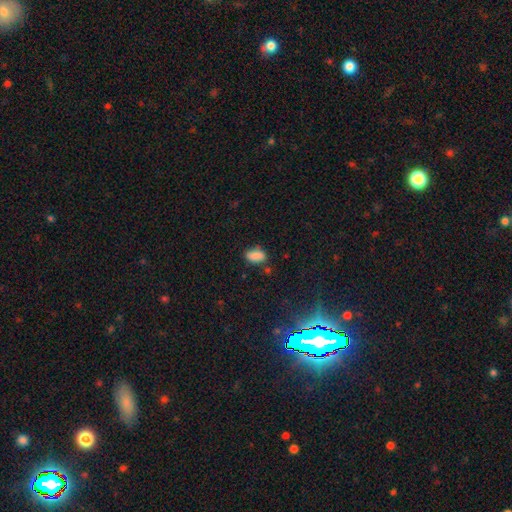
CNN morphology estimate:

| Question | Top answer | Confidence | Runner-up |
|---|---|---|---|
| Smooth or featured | smooth | 85% | star or artifact (10%) |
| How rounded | in between | 90% | round (7%) |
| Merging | none | 72% | minor disturbance (19%) |